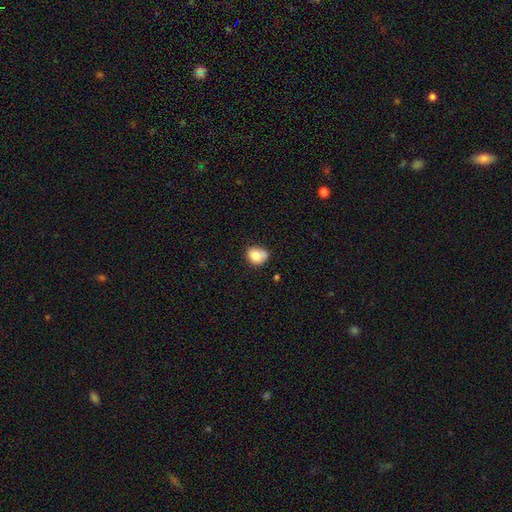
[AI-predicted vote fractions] Smooth or featured? smooth (79%)
How rounded? round (54%)
Merging? none (51%)